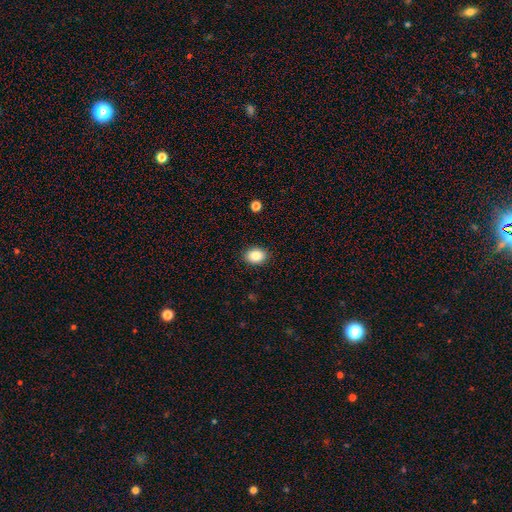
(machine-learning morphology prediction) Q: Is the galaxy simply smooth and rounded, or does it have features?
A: smooth — 86%.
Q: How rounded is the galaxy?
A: in between — 65%.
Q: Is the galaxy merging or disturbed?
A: none — 89%.